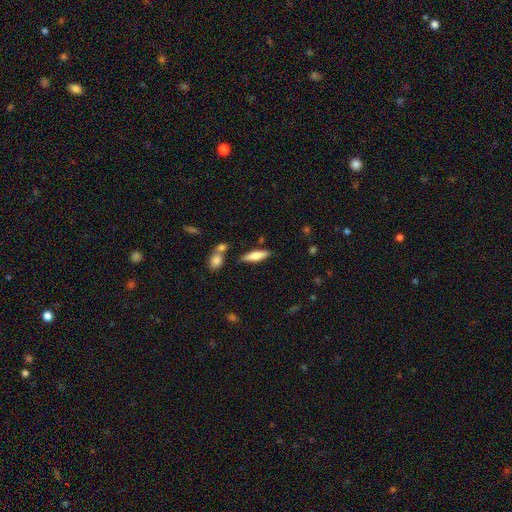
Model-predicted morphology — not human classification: smooth_or_featured: smooth (p=0.64) [alt: featured or disk p=0.30]
how_rounded: cigar-shaped (p=0.60) [alt: in between p=0.38]
merging: none (p=0.78) [alt: minor disturbance p=0.11]